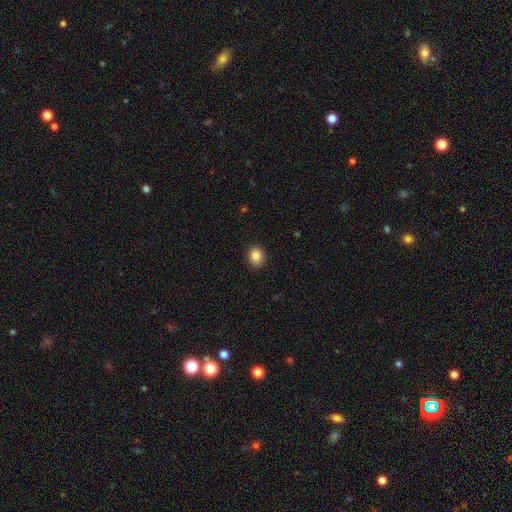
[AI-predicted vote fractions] This is clearly a smooth galaxy (87%). How rounded: likely round (62%). Merging: clearly none (89%).